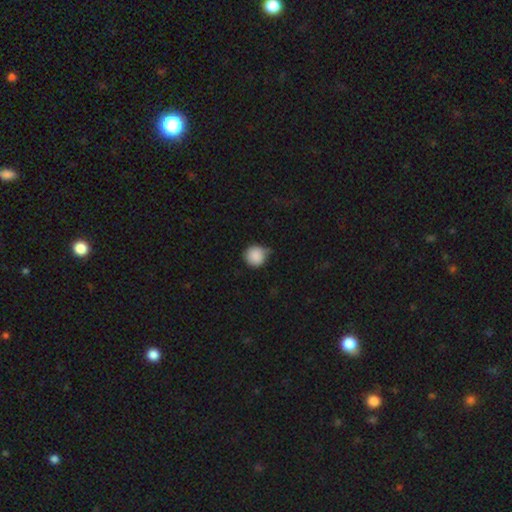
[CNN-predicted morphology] smooth_or_featured: smooth (p=0.88) [alt: star or artifact p=0.08]
how_rounded: round (p=0.93) [alt: in between p=0.06]
merging: none (p=0.60) [alt: minor disturbance p=0.32]